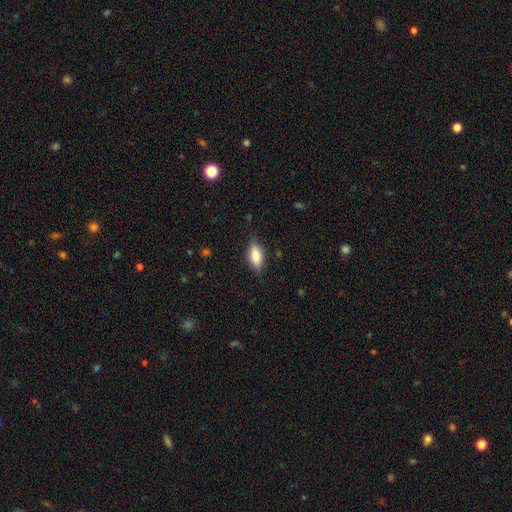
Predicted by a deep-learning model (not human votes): smooth-or-featured: smooth: 78% | featured or disk: 15% | star or artifact: 7%
  how-rounded: in between: 79% | cigar-shaped: 18% | round: 3%
  merging: none: 80% | minor disturbance: 15% | major disturbance: 3% | merger: 1%